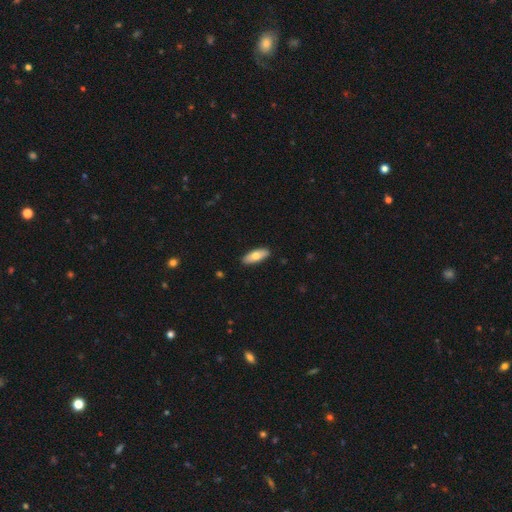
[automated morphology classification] Overall: smooth (71%). How rounded: in between (72%). Merging: none (90%).